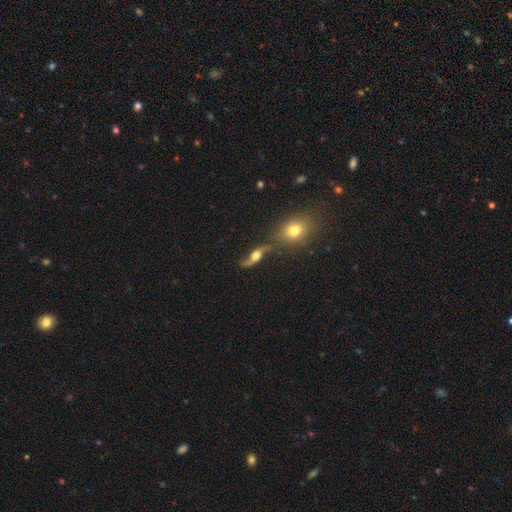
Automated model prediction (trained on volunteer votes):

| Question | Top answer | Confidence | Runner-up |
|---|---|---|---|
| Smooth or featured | featured or disk | 77% | smooth (15%) |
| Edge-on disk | no | 75% | yes (25%) |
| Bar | no | 63% | weak (27%) |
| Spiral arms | yes | 90% | no (10%) |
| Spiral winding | loose | 89% | medium (8%) |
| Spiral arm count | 2 | 93% | 1 (2%) |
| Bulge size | moderate | 49% | large (33%) |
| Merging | none | 59% | minor disturbance (17%) |